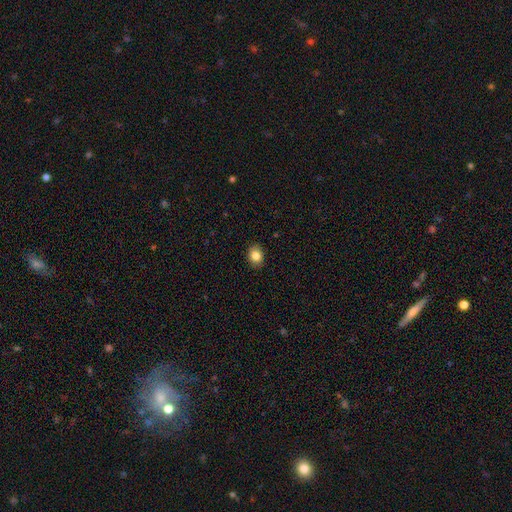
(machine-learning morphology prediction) Smooth or featured?
  - smooth: 84% *
  - star or artifact: 9%
  - featured or disk: 6%
How rounded?
  - in between: 53% *
  - round: 46%
  - cigar-shaped: 1%
Merging?
  - none: 89% *
  - minor disturbance: 8%
  - major disturbance: 2%
  - merger: 1%